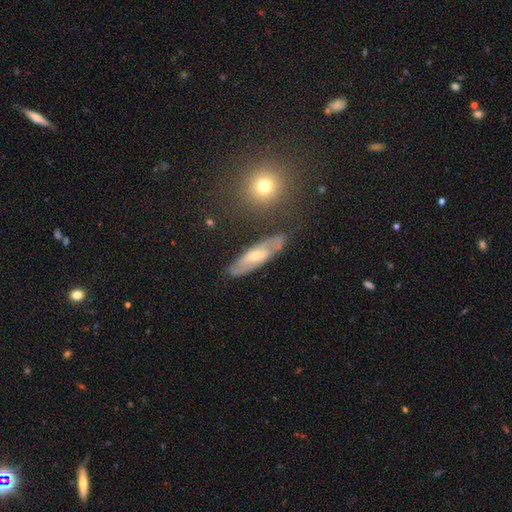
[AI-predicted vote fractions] Smooth or featured? featured or disk (67%)
Edge-on disk? no (76%)
Bar? no (46%)
Spiral arms? yes (78%)
Bulge size? small (56%)
Merging? none (75%)